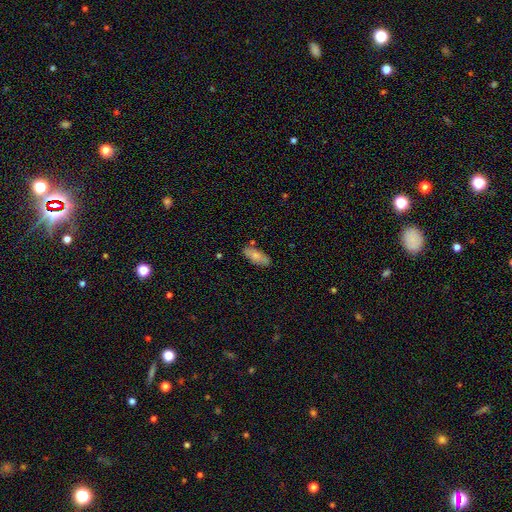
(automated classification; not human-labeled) A smooth galaxy with no disk features (78%) that is in between round and cigar-shaped (77%).

Vote fractions:
- Smooth or featured? smooth: 78% / featured or disk: 16% / star or artifact: 6%
- How rounded? in between: 77% / cigar-shaped: 21% / round: 2%
- Merging? none: 82% / minor disturbance: 13% / merger: 3% / major disturbance: 2%